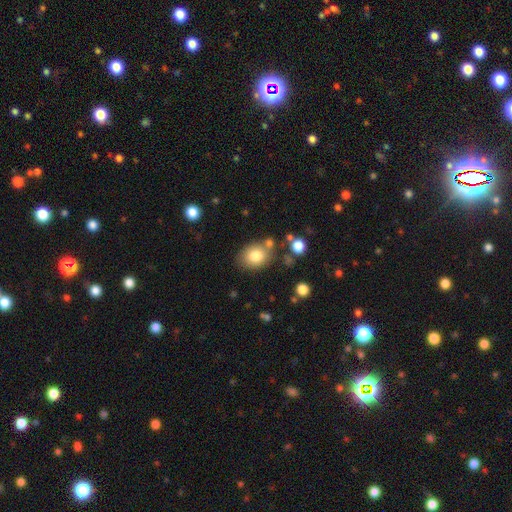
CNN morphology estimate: Smooth or featured? smooth (80%)
How rounded? in between (52%)
Merging? none (70%)